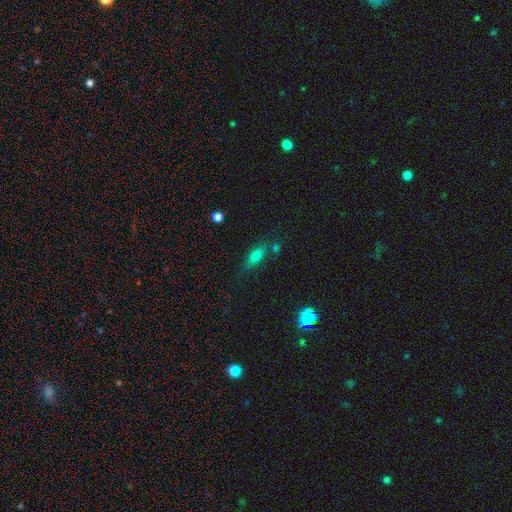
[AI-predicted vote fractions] The model was most divided on "how rounded": in between: 66%, cigar-shaped: 28%, round: 6%. More confident: merging — none (68%); smooth or featured — smooth (66%).